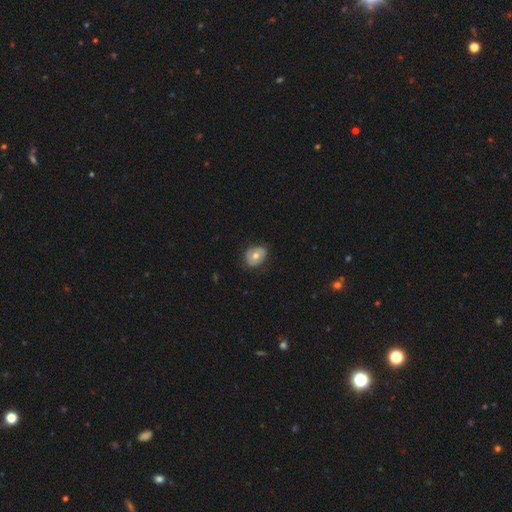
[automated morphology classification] Overall: smooth (58%; featured or disk 35%). How rounded: round (51%; in between 48%). Merging: none (75%).